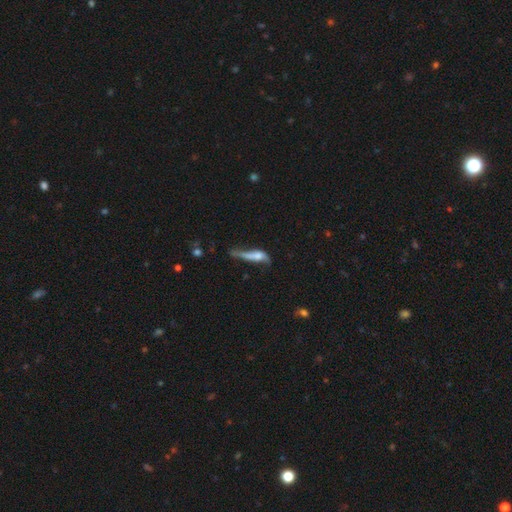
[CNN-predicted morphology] Smooth or featured?
  - smooth: 50% *
  - featured or disk: 41%
  - star or artifact: 9%
How rounded?
  - cigar-shaped: 65% *
  - in between: 31%
  - round: 4%
Merging?
  - major disturbance: 40% *
  - none: 23%
  - minor disturbance: 23%
  - merger: 13%